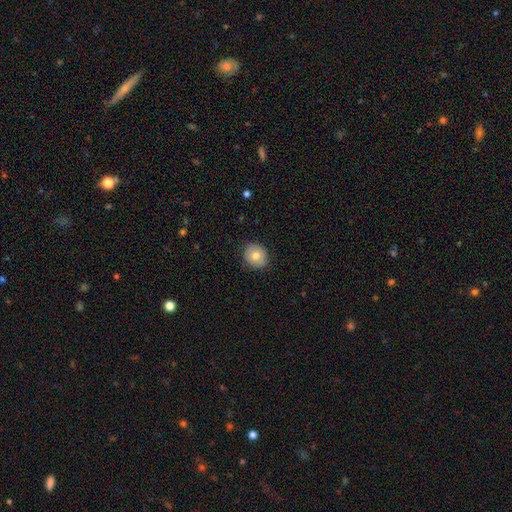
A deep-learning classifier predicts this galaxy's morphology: smooth_or_featured: smooth (p=0.75) [alt: featured or disk p=0.17]
how_rounded: round (p=0.74) [alt: in between p=0.25]
merging: none (p=0.85) [alt: minor disturbance p=0.12]